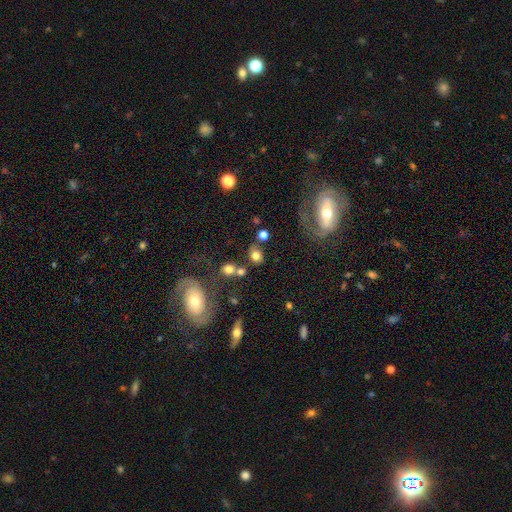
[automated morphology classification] The model was most divided on "how rounded": round: 65%, in between: 34%, cigar-shaped: 1%. More confident: smooth or featured — smooth (74%); merging — none (60%).